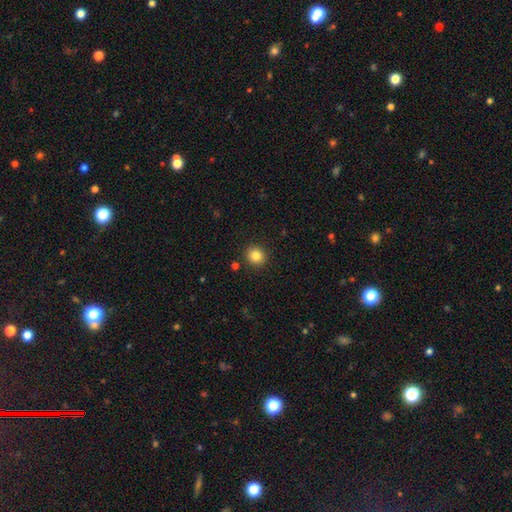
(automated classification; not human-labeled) A smooth galaxy with no disk features (84%) that is round (90%). Merging: none (91%).